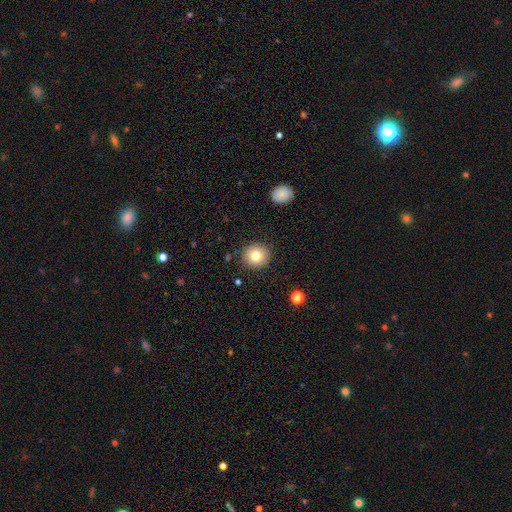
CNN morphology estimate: Smooth or featured: smooth — 79% (featured or disk — 11%)
How rounded: round — 90% (in between — 9%)
Merging: none — 89% (minor disturbance — 7%)